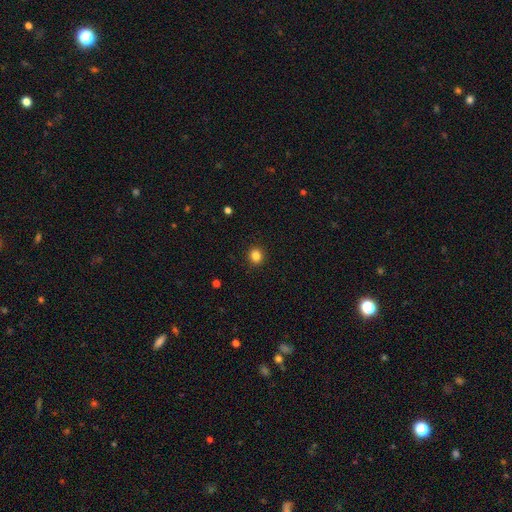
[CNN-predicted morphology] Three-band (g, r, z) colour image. It shows a smooth galaxy with no disk features (84%) that is round (81%). Merging: none (91%).